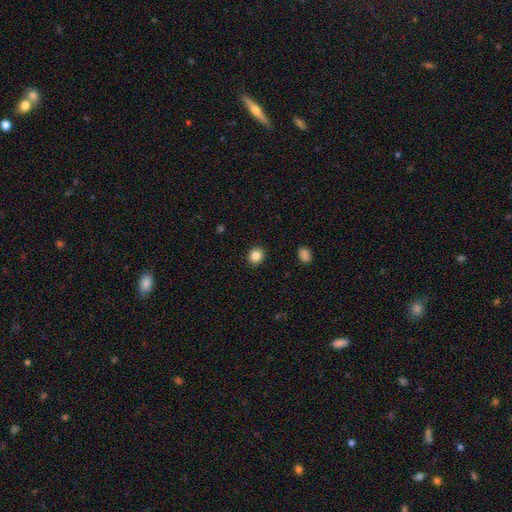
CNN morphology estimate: This appears to be a smooth galaxy with no disk features (86%) that is round (70%). Merging: none (90%).